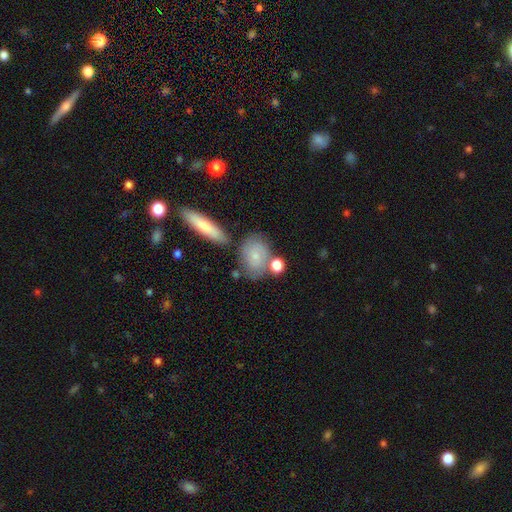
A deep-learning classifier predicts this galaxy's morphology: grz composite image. It shows a smooth galaxy with no disk features (68%) that is in between round and cigar-shaped (63%). Merging: none (60%).